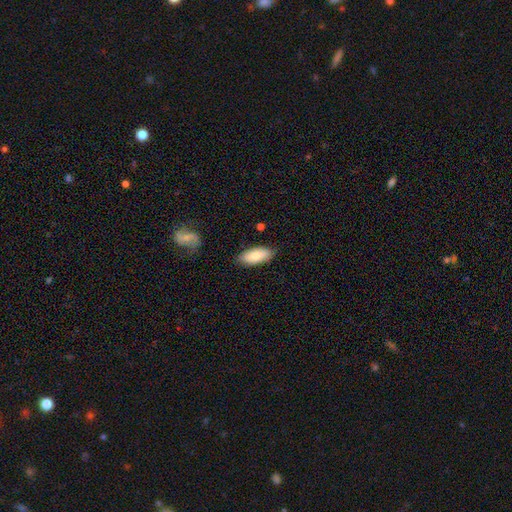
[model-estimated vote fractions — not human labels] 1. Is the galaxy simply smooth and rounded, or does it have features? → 80% smooth, 14% featured or disk, 6% star or artifact.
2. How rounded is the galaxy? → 86% in between, 12% cigar-shaped, 2% round.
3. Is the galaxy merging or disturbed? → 83% none, 13% minor disturbance, 2% major disturbance, 2% merger.